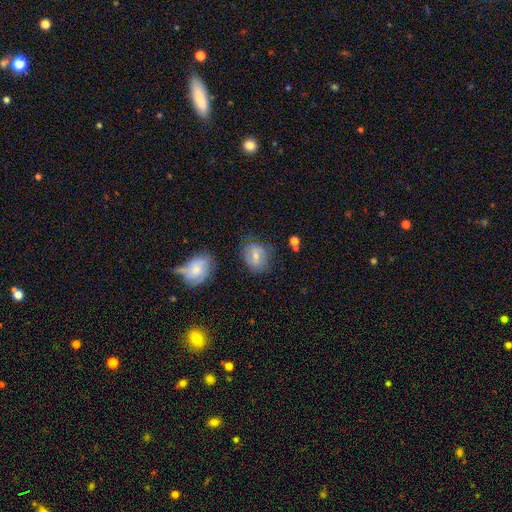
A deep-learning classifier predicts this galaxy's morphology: This appears to be a smooth galaxy with no disk features (63%) that is in between round and cigar-shaped (52%). Merging: none (73%).